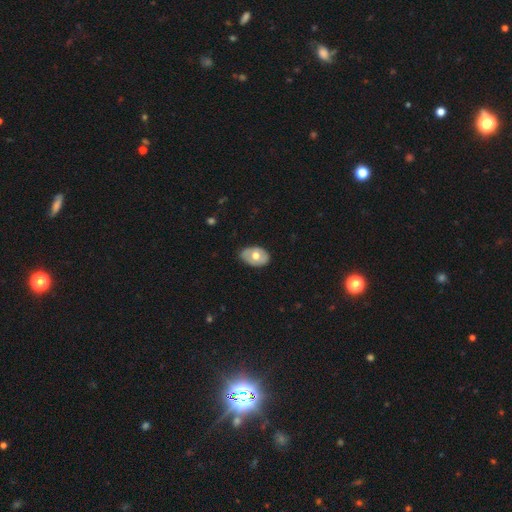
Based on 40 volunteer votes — Volunteers were most divided on "smooth or featured": smooth: 50%, featured or disk: 48%, star or artifact: 2%. More confident: how rounded — in between (85%); merging — none (77%).